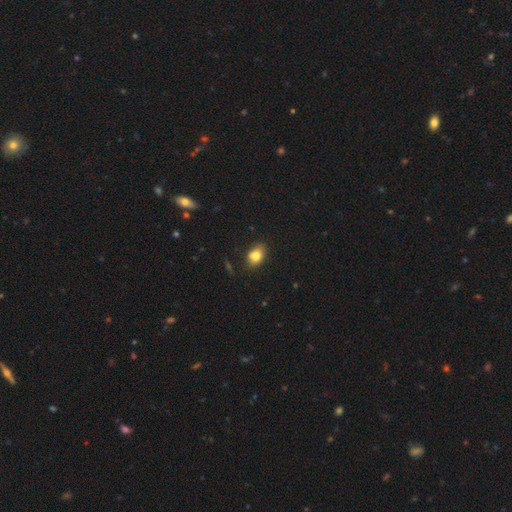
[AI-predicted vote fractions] The model was most divided on "merging": none: 69%, minor disturbance: 19%, merger: 8%, major disturbance: 4%. More confident: smooth or featured — smooth (79%); how rounded — in between (76%).